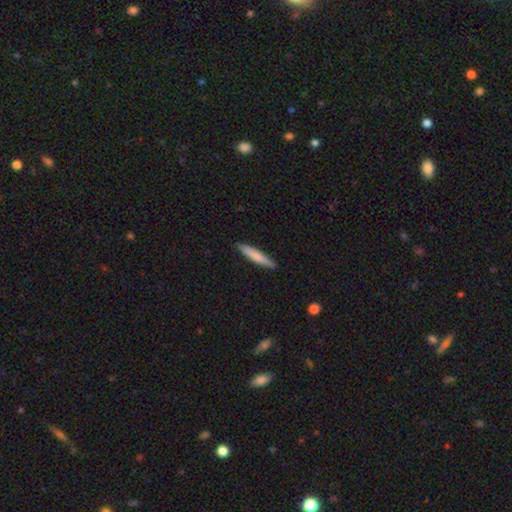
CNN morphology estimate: This appears to be a smooth galaxy with no disk features (74%) that is cigar-shaped (91%). Merging: none (88%).